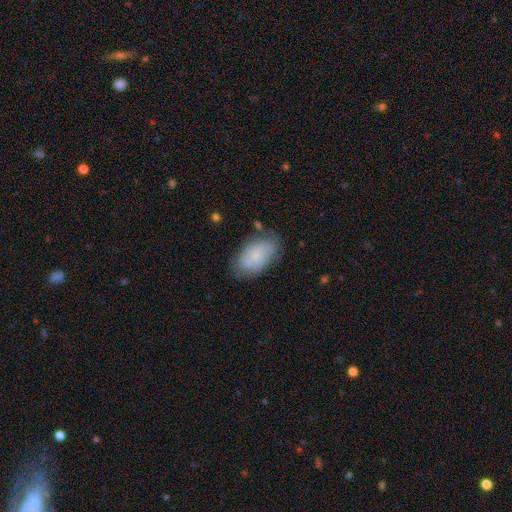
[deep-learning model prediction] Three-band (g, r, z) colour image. It shows a smooth galaxy with no disk features (71%) that is in between round and cigar-shaped (93%). Merging: none (69%).